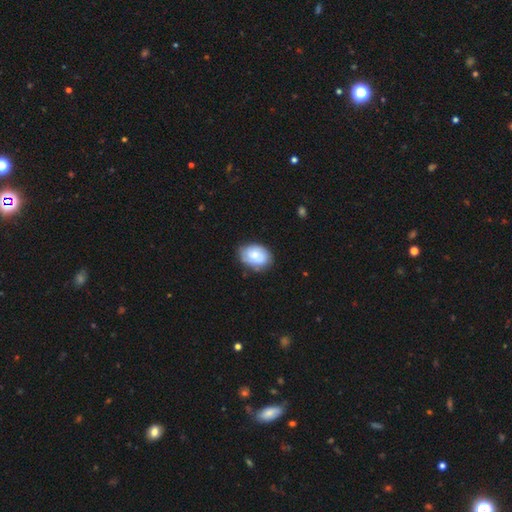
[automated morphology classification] Smooth or featured?
  - smooth: 63% *
  - featured or disk: 30%
  - star or artifact: 7%
How rounded?
  - in between: 72% *
  - round: 27%
  - cigar-shaped: 1%
Merging?
  - none: 72% *
  - minor disturbance: 22%
  - major disturbance: 5%
  - merger: 2%